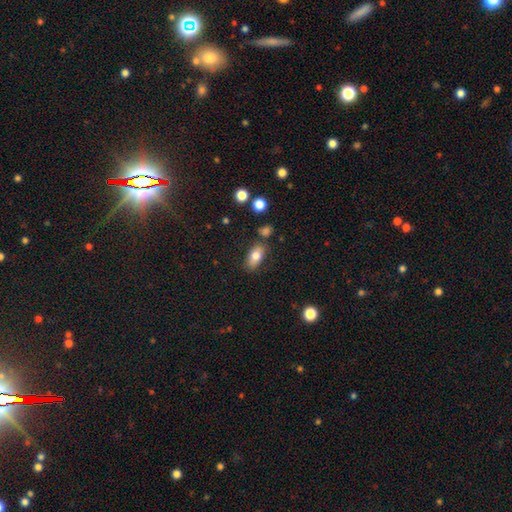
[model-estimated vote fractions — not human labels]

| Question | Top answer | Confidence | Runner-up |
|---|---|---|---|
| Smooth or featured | smooth | 78% | featured or disk (13%) |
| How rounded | in between | 86% | cigar-shaped (8%) |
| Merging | none | 78% | minor disturbance (14%) |